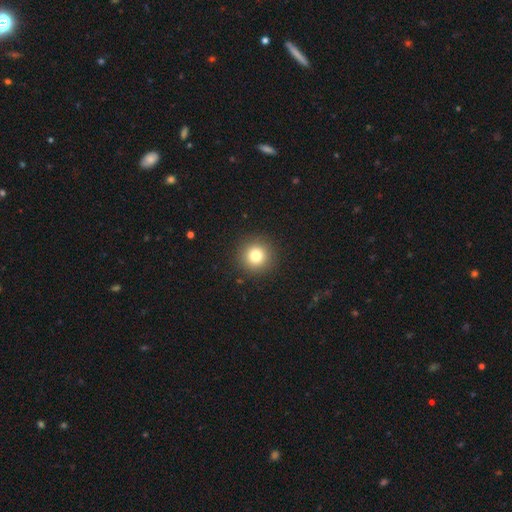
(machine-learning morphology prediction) Smooth or featured? Predicted: smooth (p=0.79). How rounded? Predicted: round (p=0.95). Merging? Predicted: none (p=0.92).